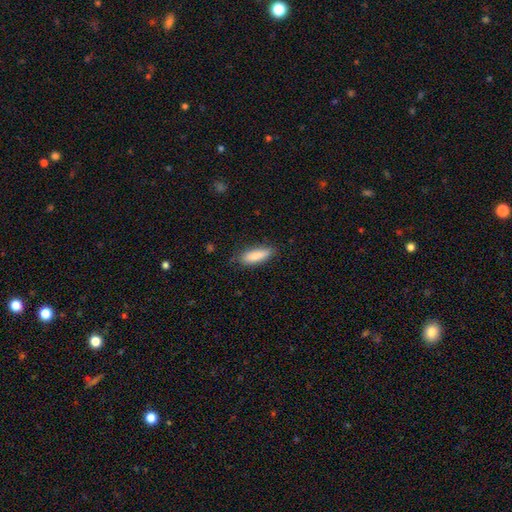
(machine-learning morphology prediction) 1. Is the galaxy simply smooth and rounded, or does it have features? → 87% smooth, 8% featured or disk, 6% star or artifact.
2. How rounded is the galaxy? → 57% in between, 41% cigar-shaped, 2% round.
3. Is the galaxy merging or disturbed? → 80% none, 16% minor disturbance, 3% major disturbance, 1% merger.